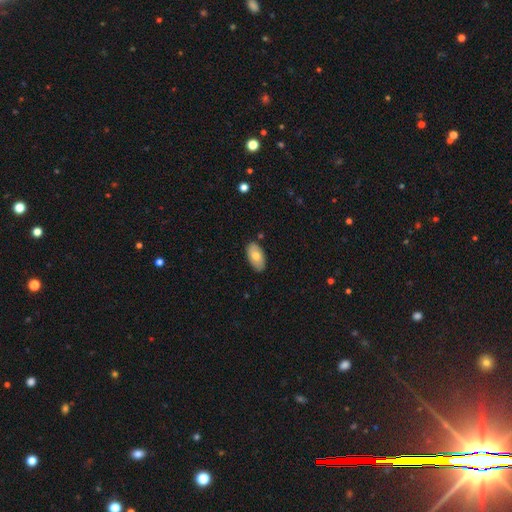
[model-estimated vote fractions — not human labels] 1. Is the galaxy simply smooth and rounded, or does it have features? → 72% smooth, 21% featured or disk, 7% star or artifact.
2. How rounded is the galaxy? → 94% in between, 4% round, 2% cigar-shaped.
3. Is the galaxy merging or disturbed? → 84% none, 12% minor disturbance, 2% major disturbance, 2% merger.